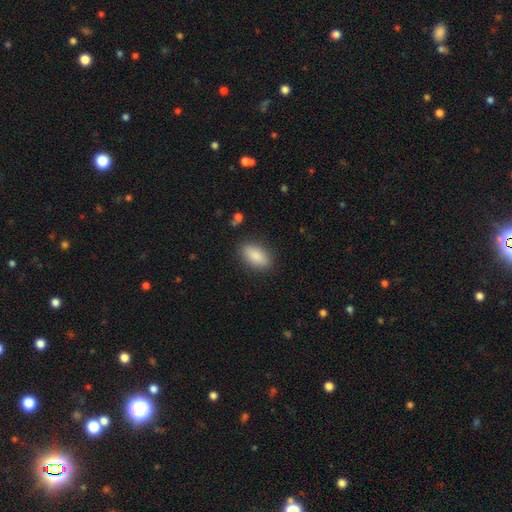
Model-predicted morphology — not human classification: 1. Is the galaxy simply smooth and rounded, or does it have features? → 87% smooth, 7% star or artifact, 6% featured or disk.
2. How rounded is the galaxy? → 89% in between, 7% cigar-shaped, 4% round.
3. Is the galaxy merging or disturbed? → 86% none, 10% minor disturbance, 3% major disturbance, 1% merger.